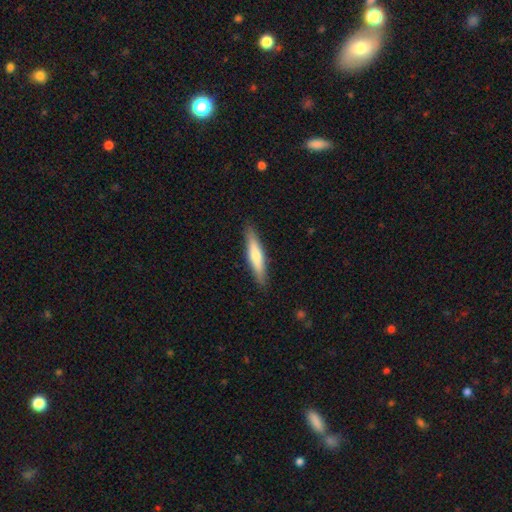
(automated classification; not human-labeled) Smooth or featured: smooth — 62% (featured or disk — 33%)
How rounded: cigar-shaped — 87% (in between — 11%)
Merging: none — 89% (minor disturbance — 8%)